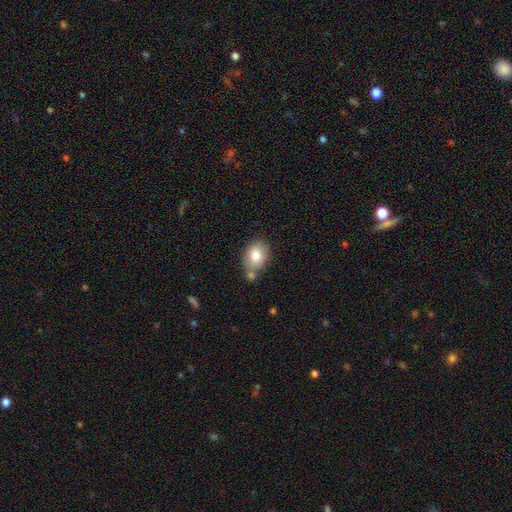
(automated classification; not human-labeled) Smooth or featured? Predicted: smooth (p=0.79). How rounded? Predicted: in between (p=0.66). Merging? Predicted: none (p=0.61).